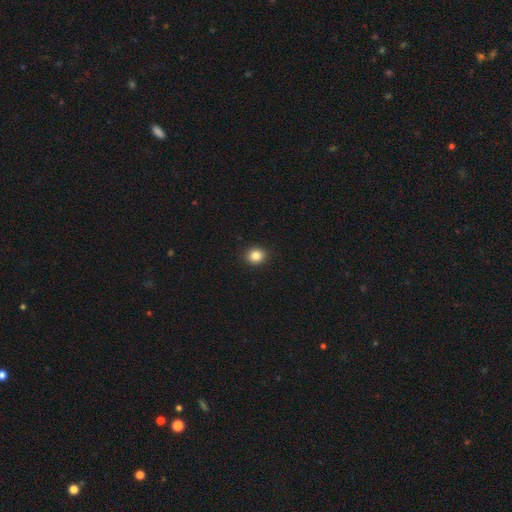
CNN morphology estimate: type=smooth (85%); roundness=round (80%); merging=none (92%).